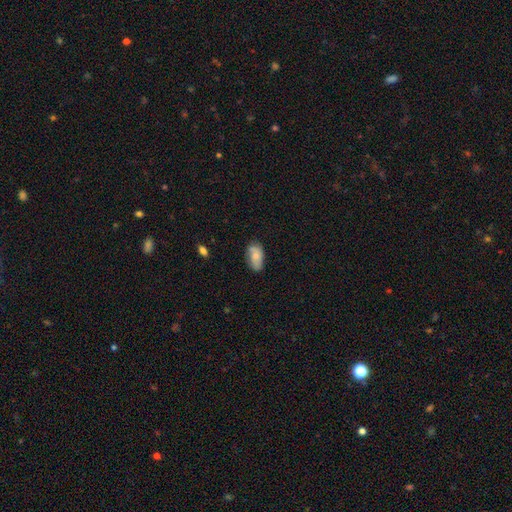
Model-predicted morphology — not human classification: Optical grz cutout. It shows a smooth galaxy with no disk features (74%) that is in between round and cigar-shaped (93%). Merging: none (71%).